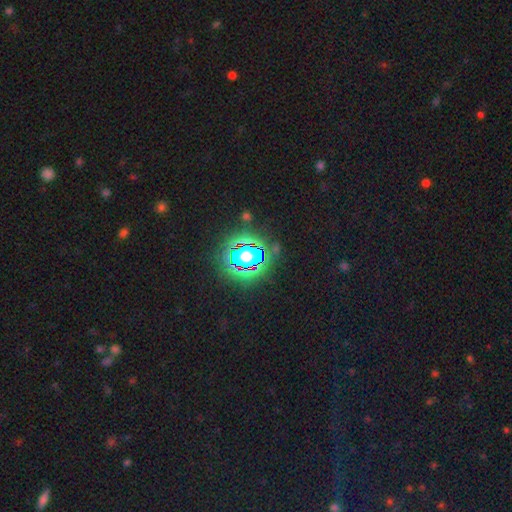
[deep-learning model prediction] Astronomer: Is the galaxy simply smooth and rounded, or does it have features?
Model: star or artifact — 81%.